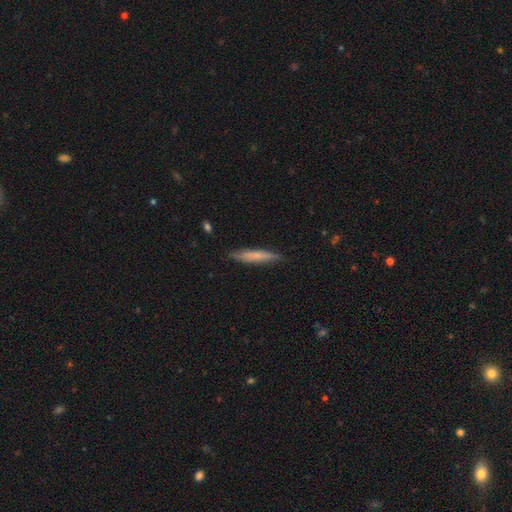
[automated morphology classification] Overall: smooth (66%; featured or disk 28%). How rounded: cigar-shaped (92%). Merging: none (85%).